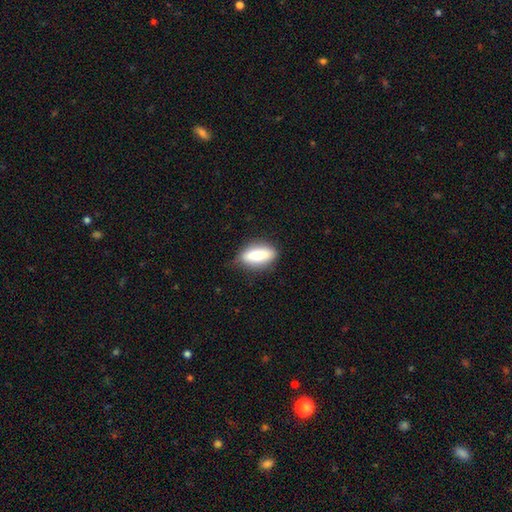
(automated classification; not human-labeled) Smooth or featured: smooth — 78% (featured or disk — 15%)
How rounded: in between — 70% (cigar-shaped — 27%)
Merging: none — 80% (minor disturbance — 16%)